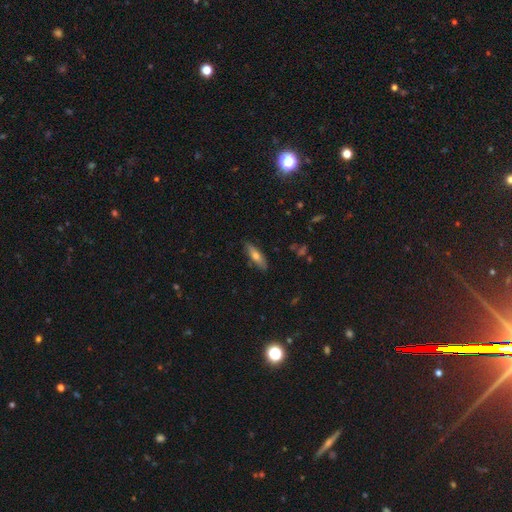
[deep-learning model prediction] Q: Smooth or featured?
A: smooth (64%); runner-up: featured or disk (29%)
Q: How rounded?
A: cigar-shaped (56%); runner-up: in between (42%)
Q: Merging?
A: none (84%); runner-up: minor disturbance (12%)